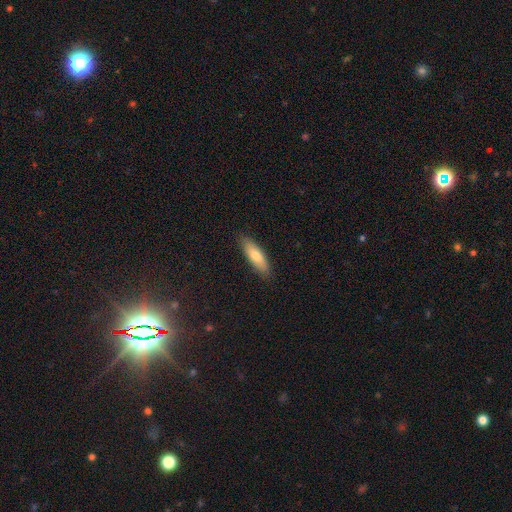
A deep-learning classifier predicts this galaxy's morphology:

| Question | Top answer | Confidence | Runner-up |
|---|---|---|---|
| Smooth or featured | smooth | 72% | featured or disk (22%) |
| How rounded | cigar-shaped | 54% | in between (44%) |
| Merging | none | 88% | minor disturbance (9%) |